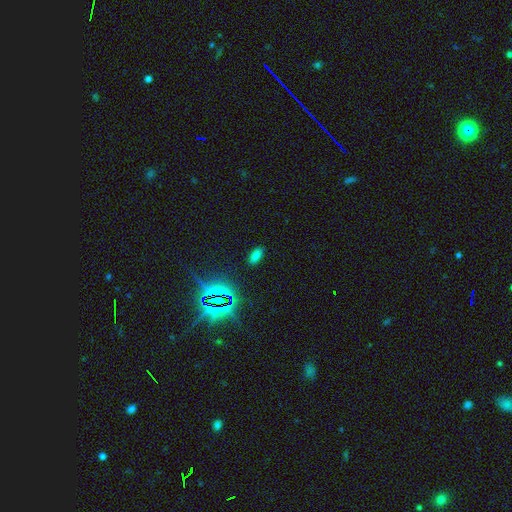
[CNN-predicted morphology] A smooth galaxy with no disk features (66%) that is in between round and cigar-shaped (89%).

Vote fractions:
- Smooth or featured? smooth: 66% / star or artifact: 27% / featured or disk: 7%
- How rounded? in between: 89% / cigar-shaped: 7% / round: 4%
- Merging? none: 88% / minor disturbance: 8% / major disturbance: 3% / merger: 1%